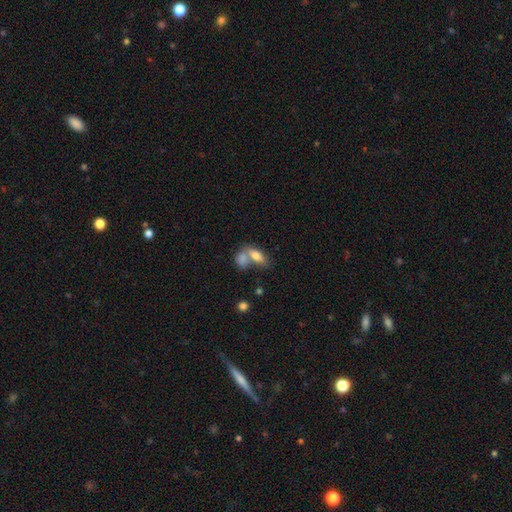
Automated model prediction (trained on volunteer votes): A smooth galaxy with no disk features (76%) that is in between round and cigar-shaped (83%).

Vote fractions:
- Smooth or featured? smooth: 76% / featured or disk: 16% / star or artifact: 8%
- How rounded? in between: 83% / cigar-shaped: 10% / round: 7%
- Merging? merger: 53% / none: 32% / minor disturbance: 10% / major disturbance: 5%